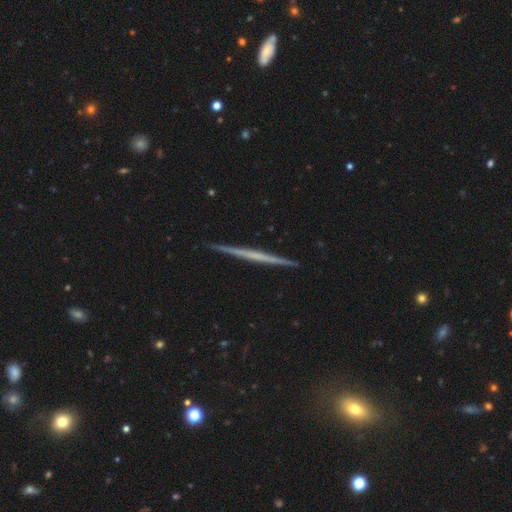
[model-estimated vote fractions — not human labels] This appears to be a featured or disk galaxy (66%) viewed edge-on (98%) with no central bulge (83%). Merging: none (92%).